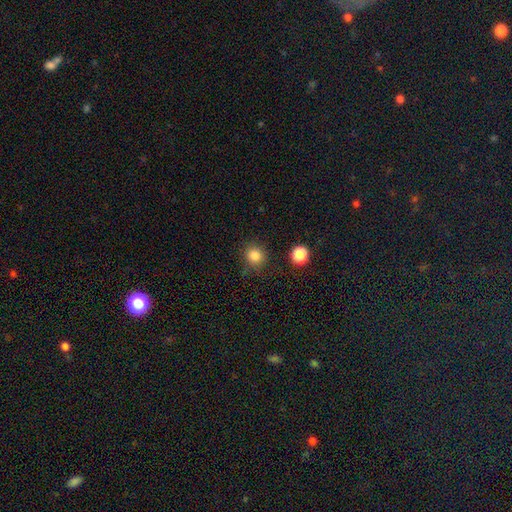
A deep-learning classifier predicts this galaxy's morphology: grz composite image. It shows a smooth galaxy with no disk features (84%) that is round (87%). Merging: none (84%).